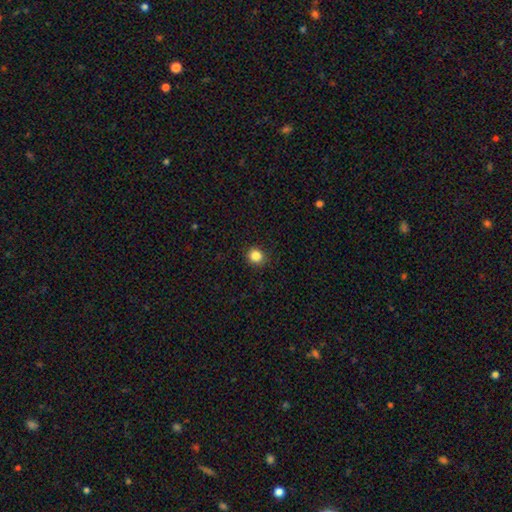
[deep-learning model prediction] Smooth or featured? smooth (85%)
How rounded? round (84%)
Merging? none (90%)